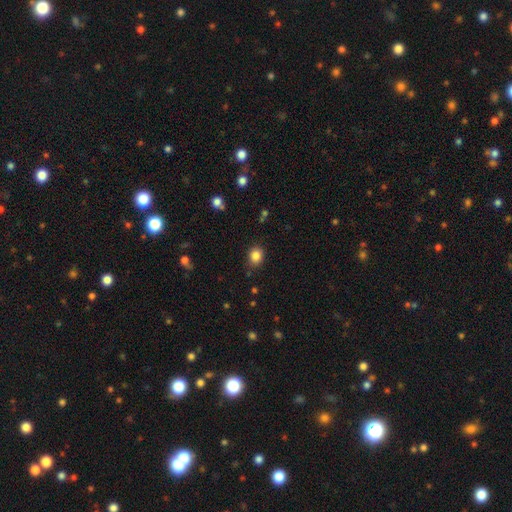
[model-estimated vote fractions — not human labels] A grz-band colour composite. It shows a smooth galaxy with no disk features (84%) that is round (63%). Merging: none (85%).